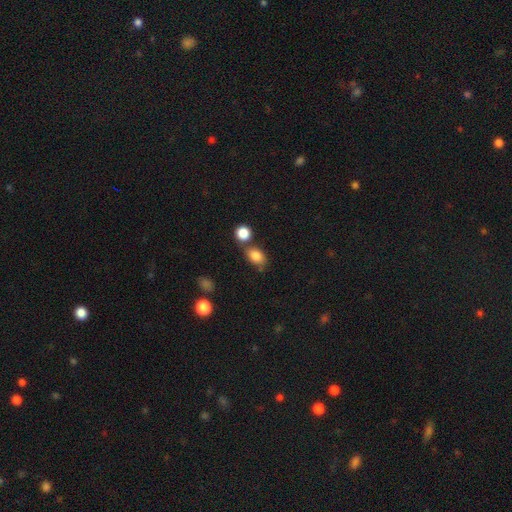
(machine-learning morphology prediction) A smooth galaxy with no disk features (83%) that is in between round and cigar-shaped (73%). Merging: none (62%).